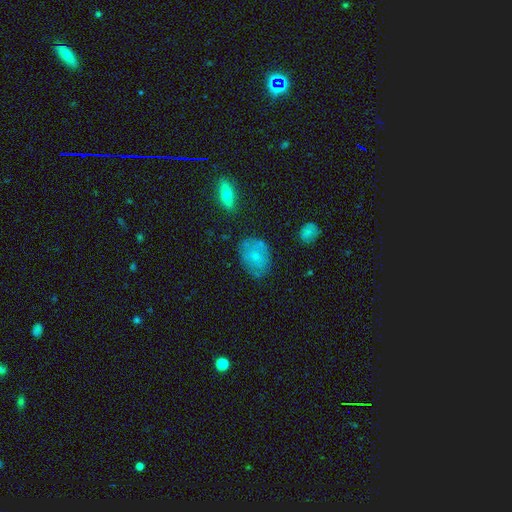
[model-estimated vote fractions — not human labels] Q: Smooth or featured?
A: smooth (66%); runner-up: featured or disk (25%)
Q: How rounded?
A: in between (66%); runner-up: round (33%)
Q: Merging?
A: none (67%); runner-up: minor disturbance (23%)